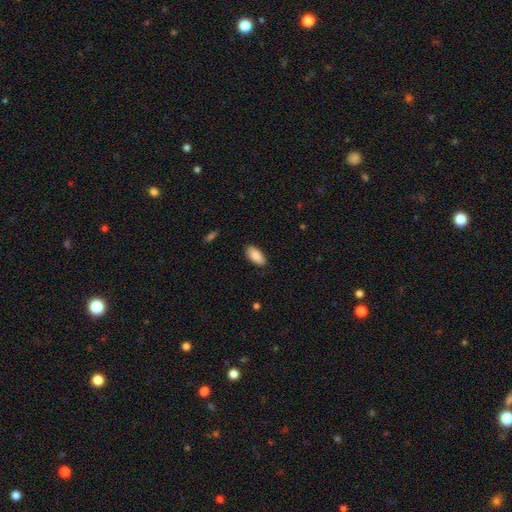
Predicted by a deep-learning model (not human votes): A smooth galaxy with no disk features (88%) that is in between round and cigar-shaped (93%).

Vote fractions:
- Smooth or featured? smooth: 88% / star or artifact: 6% / featured or disk: 6%
- How rounded? in between: 93% / cigar-shaped: 5% / round: 2%
- Merging? none: 84% / minor disturbance: 13% / major disturbance: 2% / merger: 1%